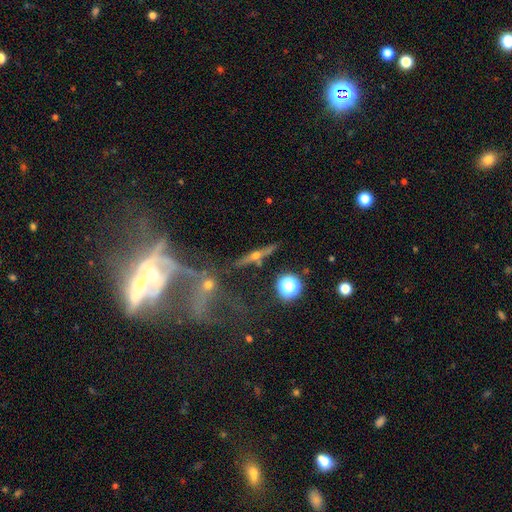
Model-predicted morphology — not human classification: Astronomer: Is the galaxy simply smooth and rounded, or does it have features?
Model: featured or disk — 67%.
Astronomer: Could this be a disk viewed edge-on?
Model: yes — 89%.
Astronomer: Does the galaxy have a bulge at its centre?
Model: rounded — 91%.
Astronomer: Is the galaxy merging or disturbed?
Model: none — 75%.